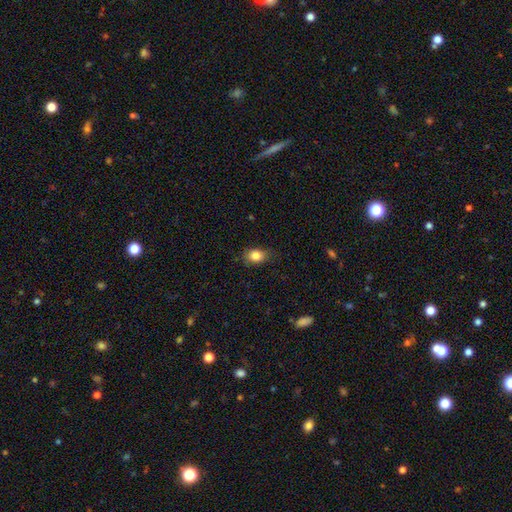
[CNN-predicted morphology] smooth-or-featured: smooth: 84% | star or artifact: 9% | featured or disk: 7%
  how-rounded: in between: 66% | round: 33% | cigar-shaped: 2%
  merging: none: 75% | minor disturbance: 20% | major disturbance: 4% | merger: 1%